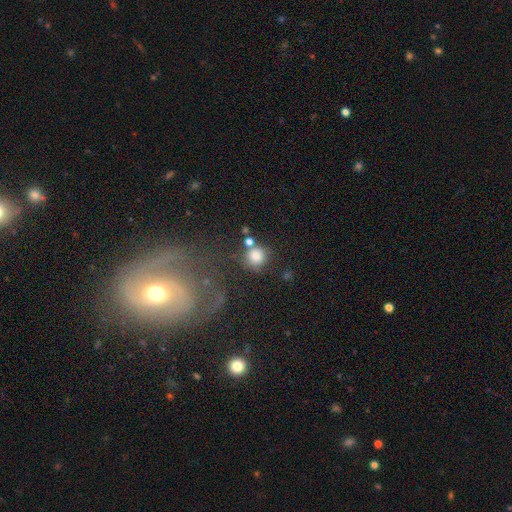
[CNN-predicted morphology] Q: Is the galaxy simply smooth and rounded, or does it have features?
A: smooth — 81%.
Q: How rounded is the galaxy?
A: round — 91%.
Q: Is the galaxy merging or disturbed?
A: none — 66%.